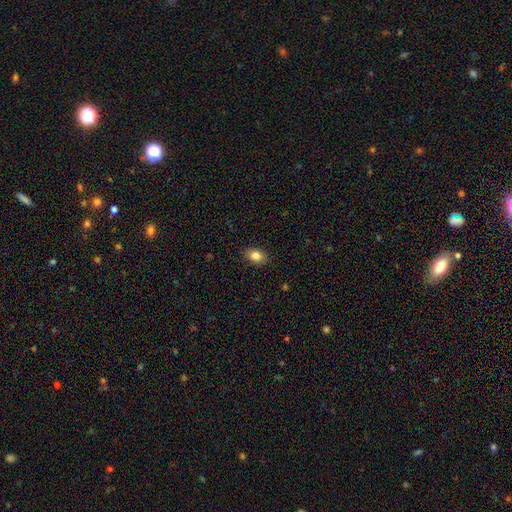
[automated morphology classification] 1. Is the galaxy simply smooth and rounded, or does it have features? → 84% smooth, 10% star or artifact, 7% featured or disk.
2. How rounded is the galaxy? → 71% in between, 27% round, 1% cigar-shaped.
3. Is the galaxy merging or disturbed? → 87% none, 9% minor disturbance, 2% major disturbance, 1% merger.